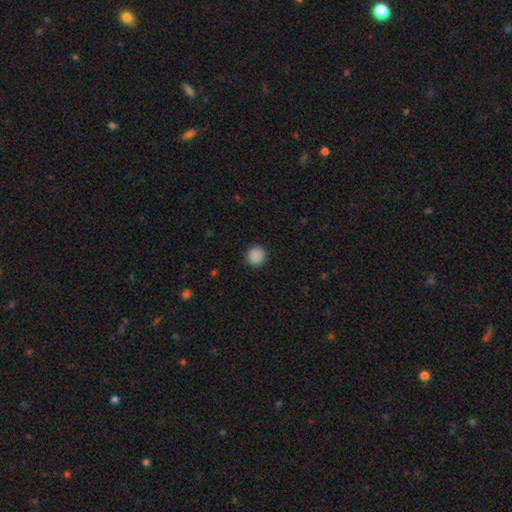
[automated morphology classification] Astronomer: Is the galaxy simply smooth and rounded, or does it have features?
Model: smooth — 89%.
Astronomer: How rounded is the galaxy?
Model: round — 91%.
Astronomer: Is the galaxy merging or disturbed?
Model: none — 91%.